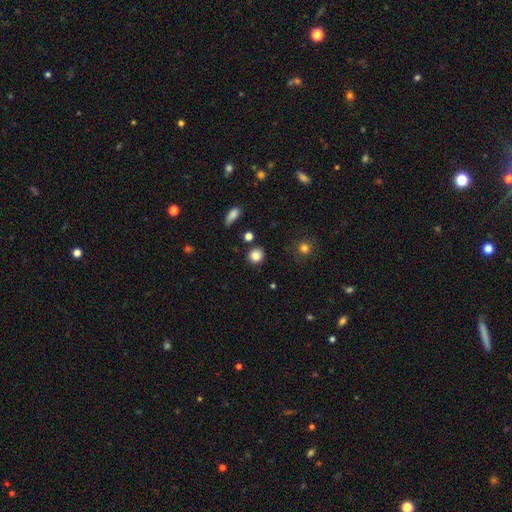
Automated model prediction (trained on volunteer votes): A smooth galaxy with no disk features (85%) that is round (90%). Merging: none (86%).